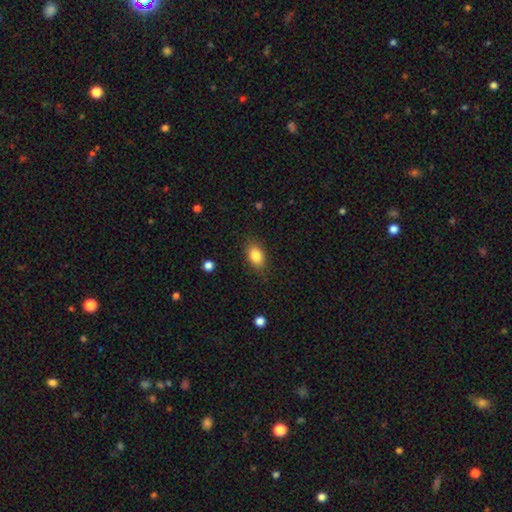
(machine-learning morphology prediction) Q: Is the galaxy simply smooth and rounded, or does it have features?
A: smooth — 84%.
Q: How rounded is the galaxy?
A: in between — 84%.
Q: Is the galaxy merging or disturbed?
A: none — 82%.